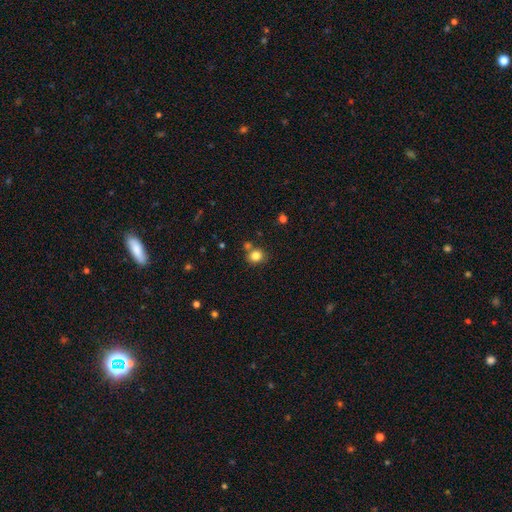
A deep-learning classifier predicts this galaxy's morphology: type=smooth (82%); roundness=round (79%); merging=none (71%).